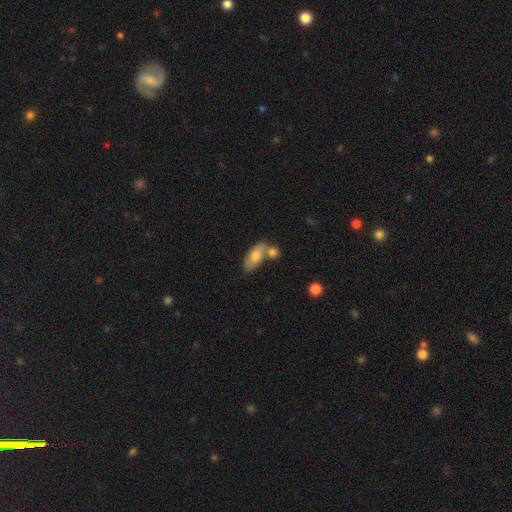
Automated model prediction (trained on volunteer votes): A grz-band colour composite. It shows a smooth galaxy with no disk features (67%) that is in between round and cigar-shaped (87%). Merging: none (43%).